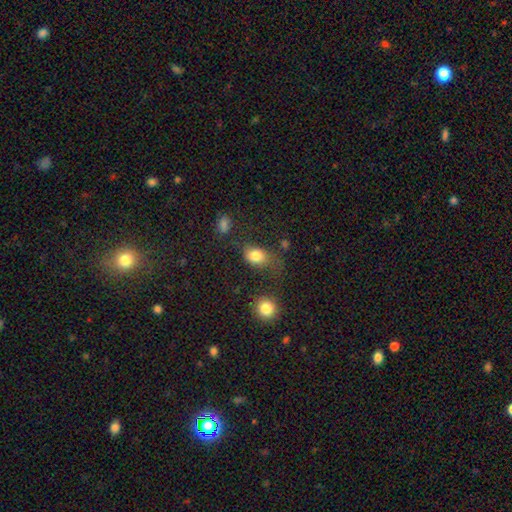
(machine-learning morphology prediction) Smooth or featured?
  - smooth: 81% *
  - star or artifact: 10%
  - featured or disk: 9%
How rounded?
  - in between: 62% *
  - round: 36%
  - cigar-shaped: 2%
Merging?
  - none: 48% *
  - minor disturbance: 26%
  - major disturbance: 19%
  - merger: 8%